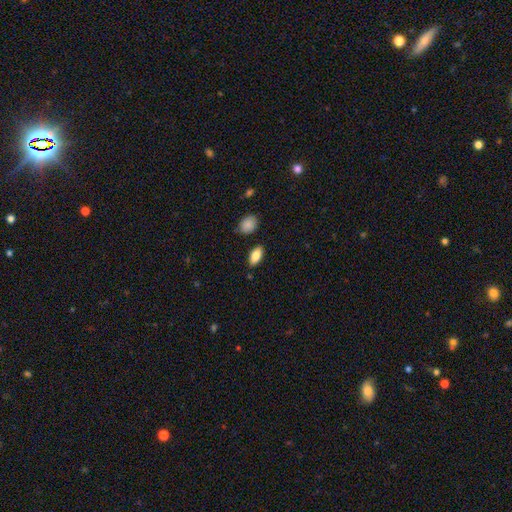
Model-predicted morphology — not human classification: A smooth galaxy with no disk features (81%) that is in between round and cigar-shaped (90%).

Vote fractions:
- Smooth or featured? smooth: 81% / featured or disk: 12% / star or artifact: 7%
- How rounded? in between: 90% / cigar-shaped: 7% / round: 3%
- Merging? none: 85% / minor disturbance: 11% / merger: 3% / major disturbance: 2%